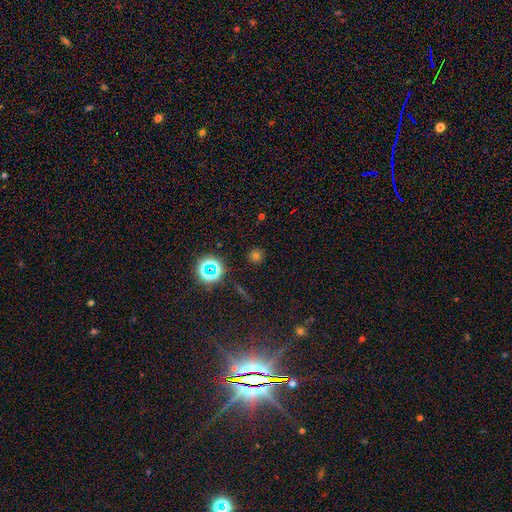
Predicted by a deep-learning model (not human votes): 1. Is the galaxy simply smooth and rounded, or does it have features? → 64% smooth, 28% star or artifact, 8% featured or disk.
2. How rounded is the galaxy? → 94% round, 5% in between, 1% cigar-shaped.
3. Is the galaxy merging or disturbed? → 89% none, 7% minor disturbance, 2% major disturbance, 2% merger.